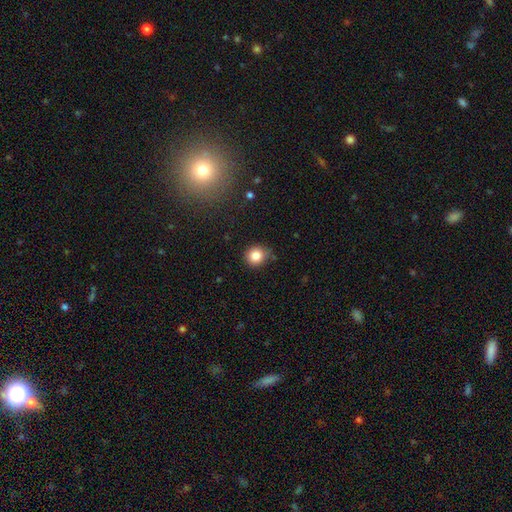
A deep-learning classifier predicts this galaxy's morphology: Smooth or featured? smooth (83%)
How rounded? round (88%)
Merging? none (81%)